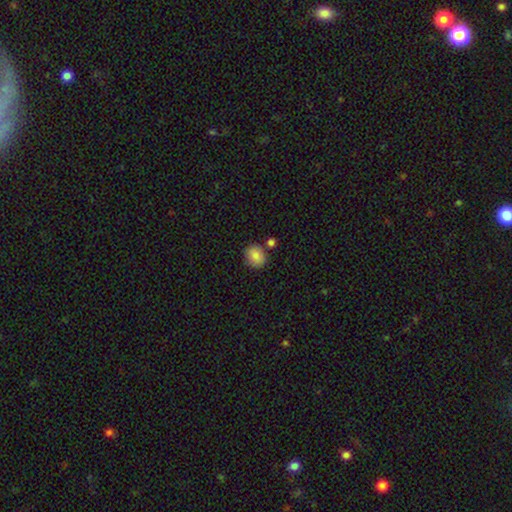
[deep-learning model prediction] This is clearly a smooth galaxy (86%). How rounded: likely round (69%). Merging: likely none (76%).